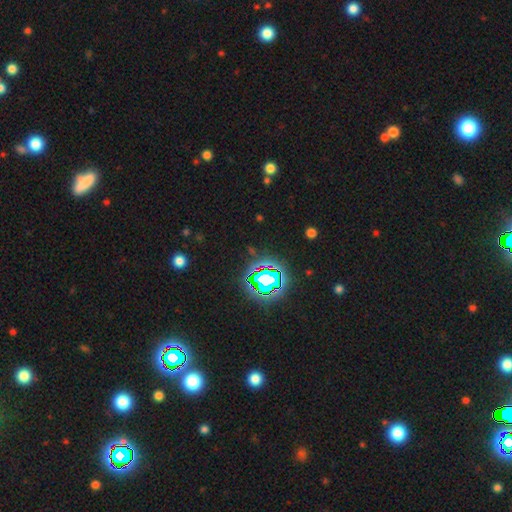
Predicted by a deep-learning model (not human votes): Q: Smooth or featured?
A: star or artifact (80%); runner-up: smooth (12%)